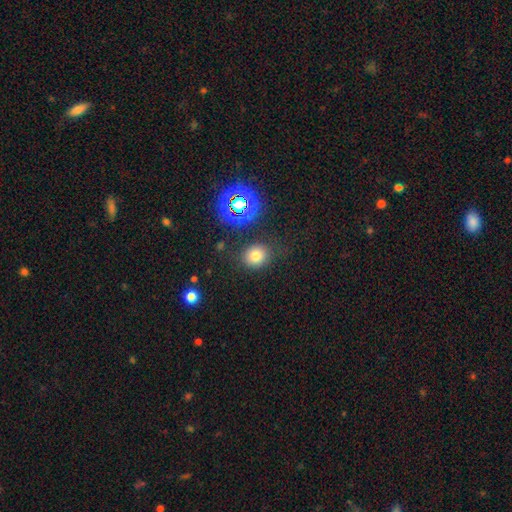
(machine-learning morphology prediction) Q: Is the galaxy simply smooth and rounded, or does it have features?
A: smooth — 73%.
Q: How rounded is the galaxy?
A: round — 70%.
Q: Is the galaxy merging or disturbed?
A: none — 80%.